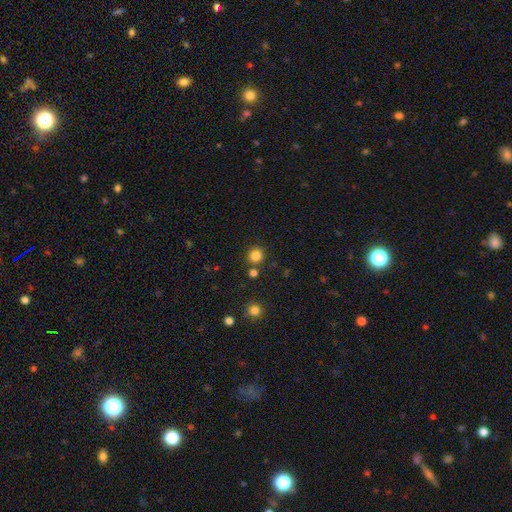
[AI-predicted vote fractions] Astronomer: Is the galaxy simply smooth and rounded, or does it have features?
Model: smooth — 83%.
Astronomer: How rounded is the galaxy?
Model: round — 93%.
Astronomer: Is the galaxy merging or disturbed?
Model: none — 82%.